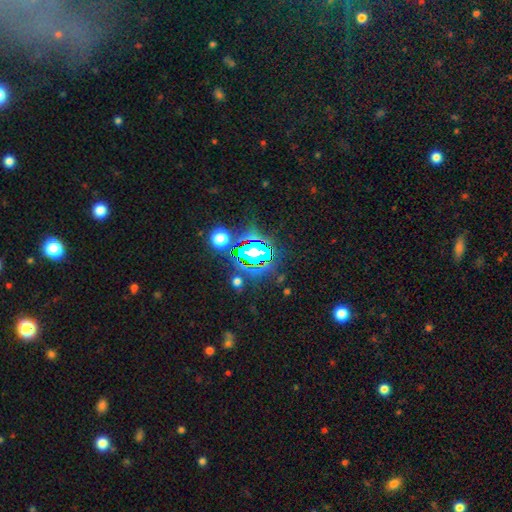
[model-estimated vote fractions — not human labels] smooth-or-featured: star or artifact: 77% | smooth: 14% | featured or disk: 8%